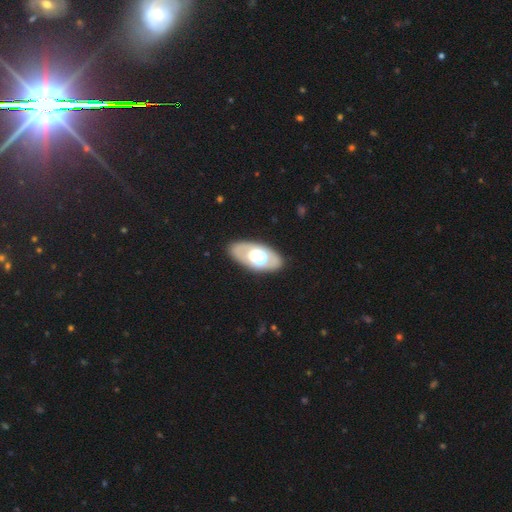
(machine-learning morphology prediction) smooth-or-featured: featured or disk: 52% | smooth: 41% | star or artifact: 7%
  disk-edge-on: no: 84% | yes: 16%
  merging: none: 82% | minor disturbance: 11% | major disturbance: 5% | merger: 2%